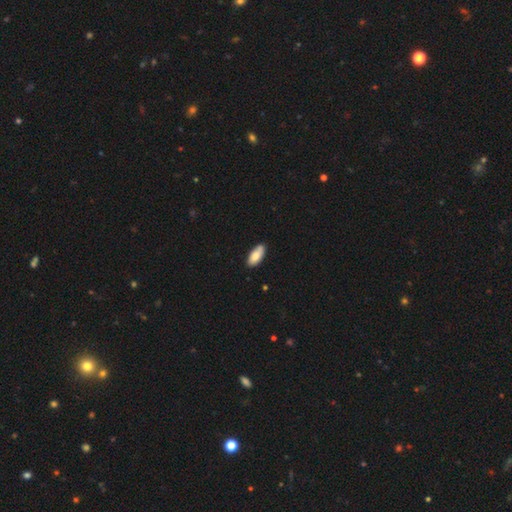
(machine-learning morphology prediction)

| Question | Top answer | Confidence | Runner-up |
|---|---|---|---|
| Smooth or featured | smooth | 84% | featured or disk (10%) |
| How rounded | in between | 88% | cigar-shaped (10%) |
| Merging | none | 82% | minor disturbance (14%) |